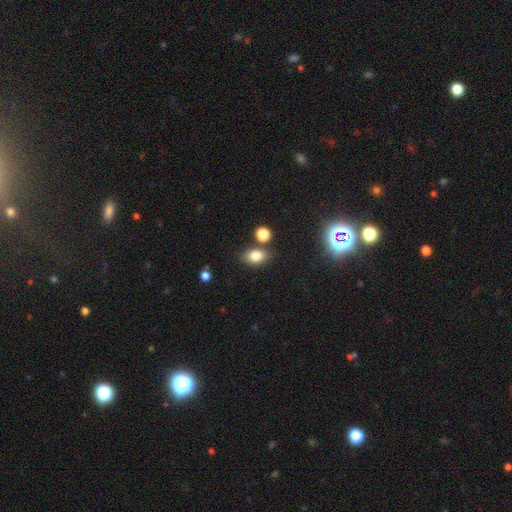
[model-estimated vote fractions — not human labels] smooth 81%, star or artifact 11%, featured or disk 8%. Down the decision tree: how rounded — in between (78%); merging — none (73%).